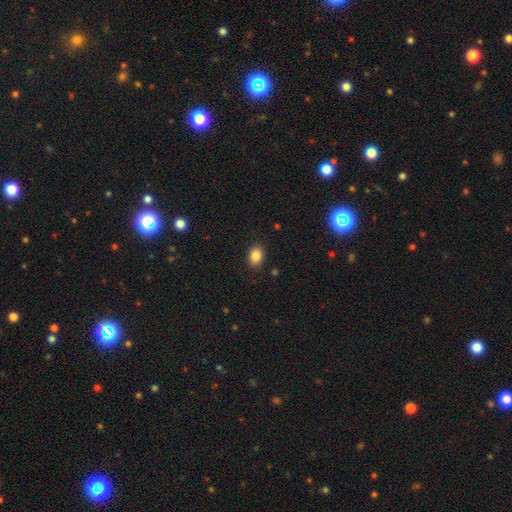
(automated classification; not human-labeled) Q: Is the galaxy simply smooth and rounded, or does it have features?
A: smooth — 86%.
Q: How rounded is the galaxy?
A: in between — 69%.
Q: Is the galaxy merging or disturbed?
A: none — 89%.